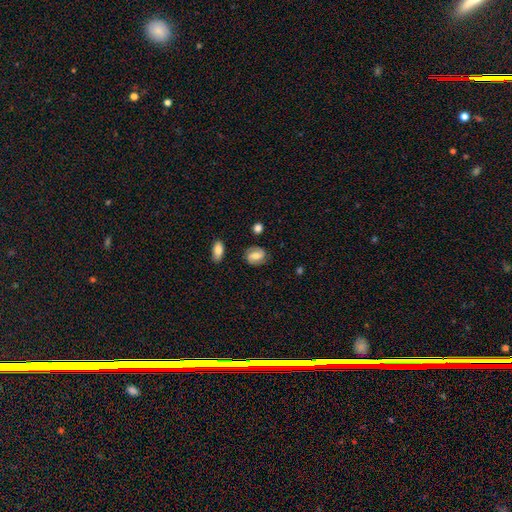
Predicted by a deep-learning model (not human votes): This is possibly a featured or disk galaxy (50%). It is clearly not viewed edge-on (96%). Merging: likely none (80%).